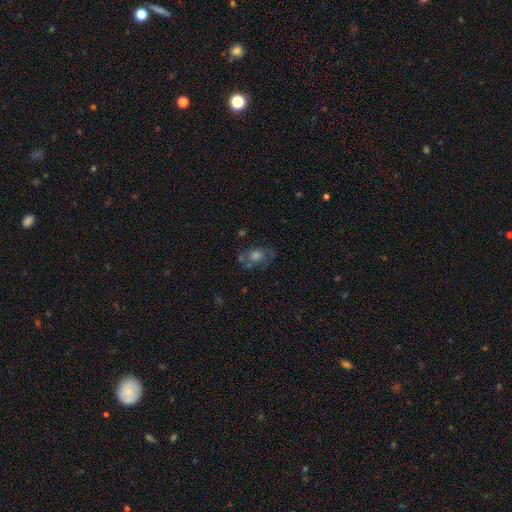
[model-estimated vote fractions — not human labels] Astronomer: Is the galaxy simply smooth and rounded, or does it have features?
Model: featured or disk — 47% (runner-up: smooth, 35%).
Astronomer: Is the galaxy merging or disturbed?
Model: none — 65%.